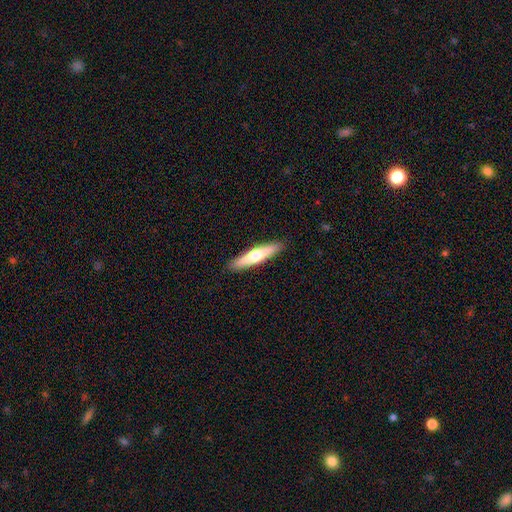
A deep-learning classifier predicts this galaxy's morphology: Overall: smooth (53%; featured or disk 42%). How rounded: cigar-shaped (83%). Merging: none (91%).